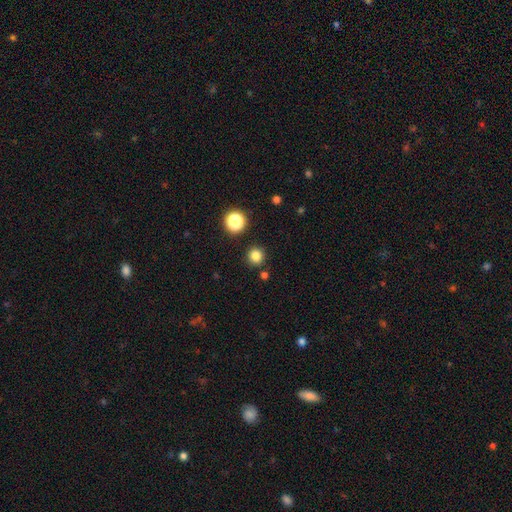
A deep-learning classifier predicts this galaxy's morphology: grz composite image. It shows a smooth galaxy with no disk features (81%) that is round (93%). Merging: none (88%).